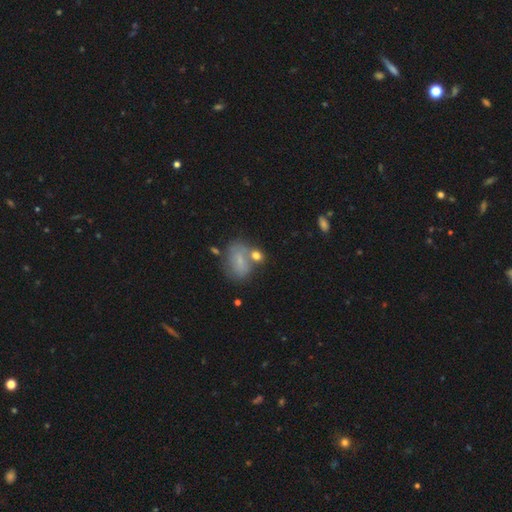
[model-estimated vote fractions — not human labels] smooth_or_featured: smooth (p=0.69) [alt: featured or disk p=0.21]
how_rounded: in between (p=0.54) [alt: round p=0.43]
merging: none (p=0.47) [alt: merger p=0.28]